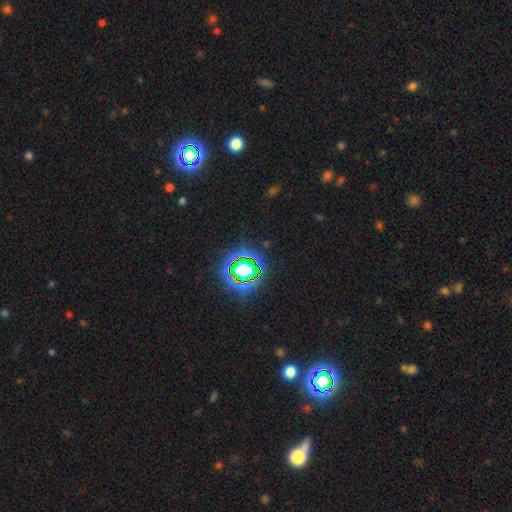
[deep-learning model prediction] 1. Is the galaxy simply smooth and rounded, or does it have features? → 79% star or artifact, 13% smooth, 7% featured or disk.